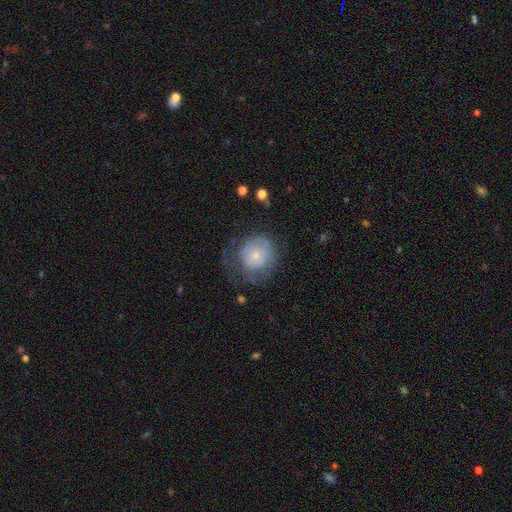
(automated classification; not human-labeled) Smooth or featured? smooth (56%)
How rounded? round (84%)
Merging? none (45%)